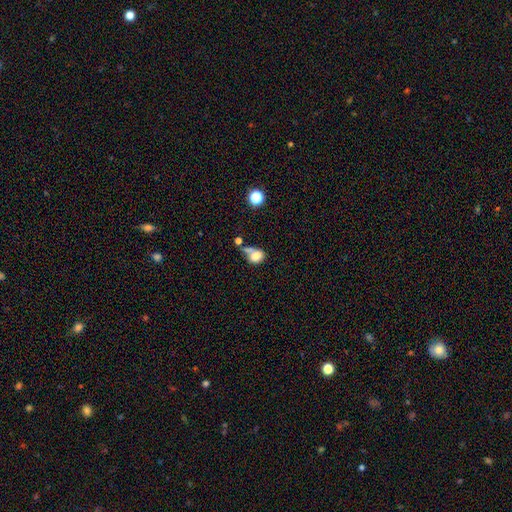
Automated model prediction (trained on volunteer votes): A smooth galaxy with no disk features (75%) that is in between round and cigar-shaped (55%). Merging: merger (34%, tied with none).